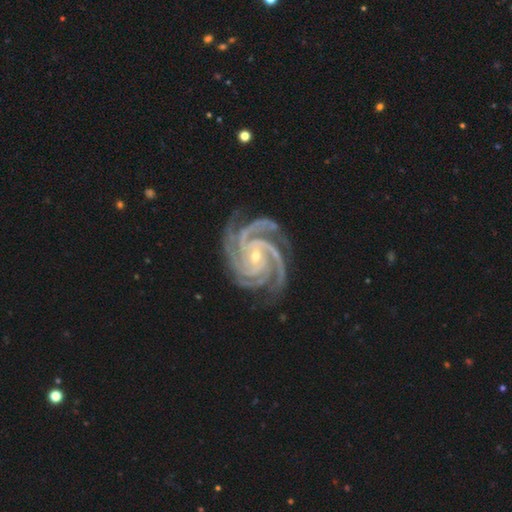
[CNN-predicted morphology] Smooth or featured?
  - featured or disk: 94% *
  - star or artifact: 4%
  - smooth: 2%
Edge-on disk?
  - no: 98% *
  - yes: 2%
Bar?
  - no: 53% *
  - weak: 29%
  - strong: 19%
Spiral arms?
  - yes: 99% *
  - no: 1%
Spiral winding?
  - tight: 76% *
  - medium: 22%
  - loose: 2%
Spiral arm count?
  - 4: 47% *
  - 3: 25%
  - more than 4: 10%
  - 2: 6%
  - can't tell: 6%
  - 1: 5%
Bulge size?
  - small: 68% *
  - moderate: 29%
  - none: 1%
  - large: 1%
  - dominant: 1%
Merging?
  - none: 80% *
  - minor disturbance: 14%
  - major disturbance: 4%
  - merger: 1%